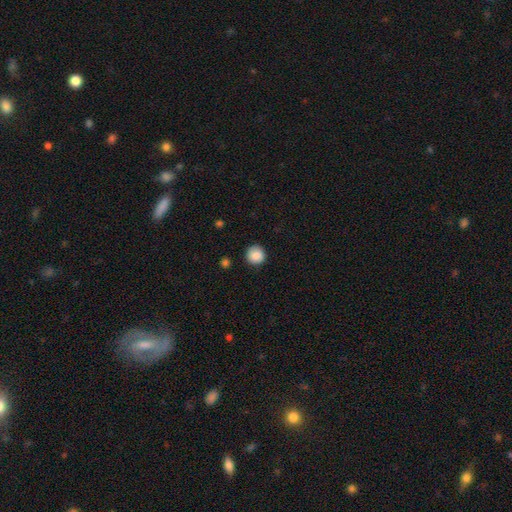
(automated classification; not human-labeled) Q: Smooth or featured?
A: smooth (86%); runner-up: star or artifact (8%)
Q: How rounded?
A: round (94%); runner-up: in between (5%)
Q: Merging?
A: none (90%); runner-up: minor disturbance (7%)